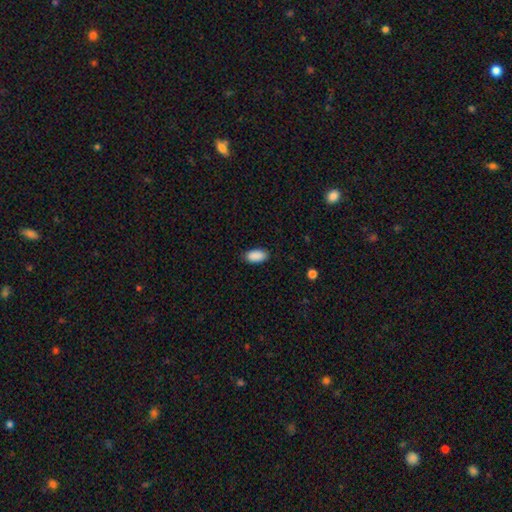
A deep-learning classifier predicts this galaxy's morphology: Smooth or featured? smooth (91%)
How rounded? in between (94%)
Merging? none (87%)